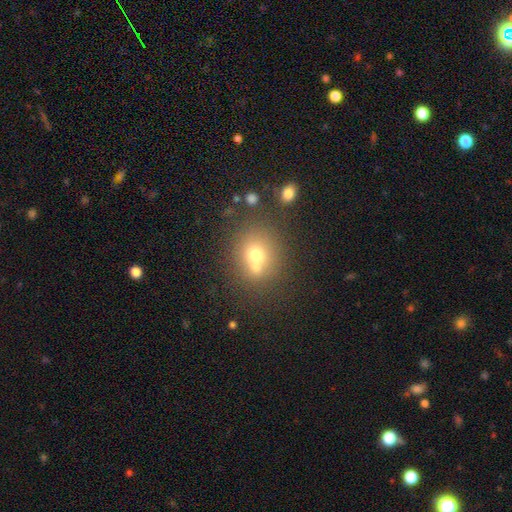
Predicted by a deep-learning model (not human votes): smooth-or-featured: smooth: 66% | featured or disk: 19% | star or artifact: 15%
  how-rounded: round: 75% | in between: 24% | cigar-shaped: 1%
  merging: none: 50% | merger: 36% | minor disturbance: 10% | major disturbance: 4%